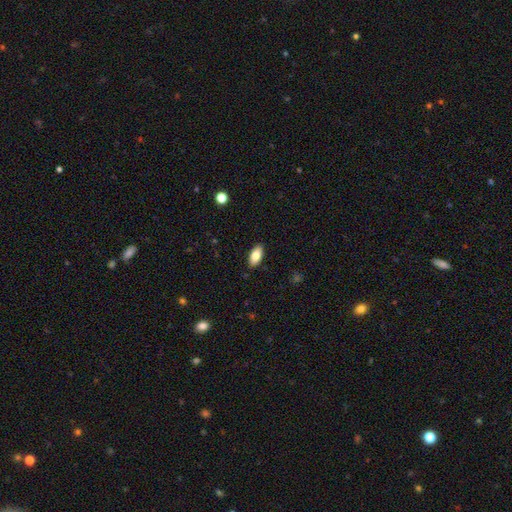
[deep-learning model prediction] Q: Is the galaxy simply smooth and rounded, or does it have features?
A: smooth — 81%.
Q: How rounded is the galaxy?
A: in between — 90%.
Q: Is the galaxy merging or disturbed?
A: none — 89%.